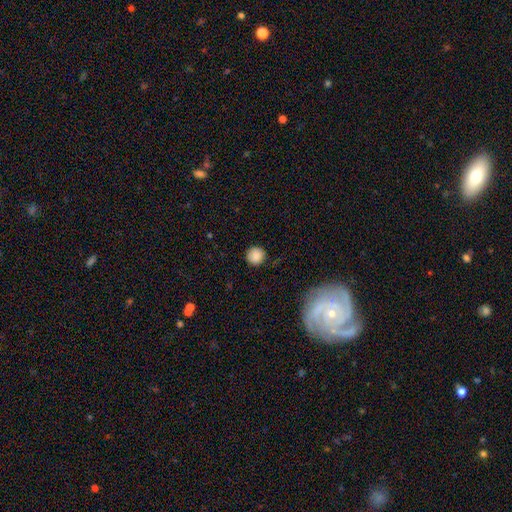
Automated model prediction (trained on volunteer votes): Overall: smooth (86%). How rounded: round (94%). Merging: none (86%).